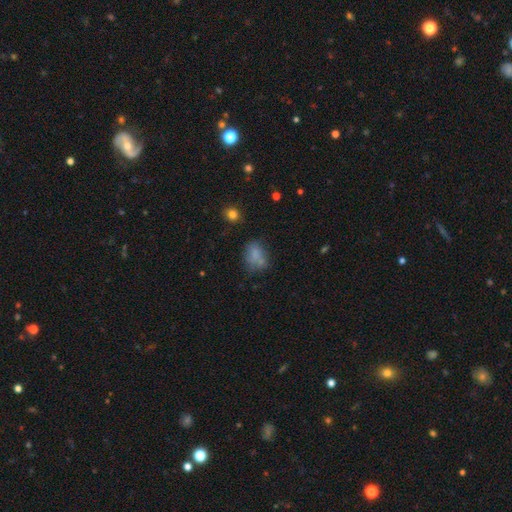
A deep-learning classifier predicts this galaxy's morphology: Smooth or featured?
  - smooth: 68% *
  - featured or disk: 19%
  - star or artifact: 13%
How rounded?
  - in between: 69% *
  - round: 30%
  - cigar-shaped: 2%
Merging?
  - none: 49% *
  - minor disturbance: 26%
  - major disturbance: 14%
  - merger: 11%